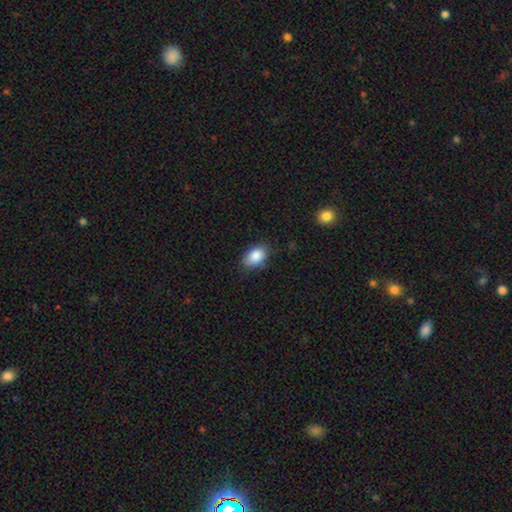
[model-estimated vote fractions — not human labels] This appears to be a smooth galaxy with no disk features (87%) that is in between round and cigar-shaped (88%). Merging: none (79%).